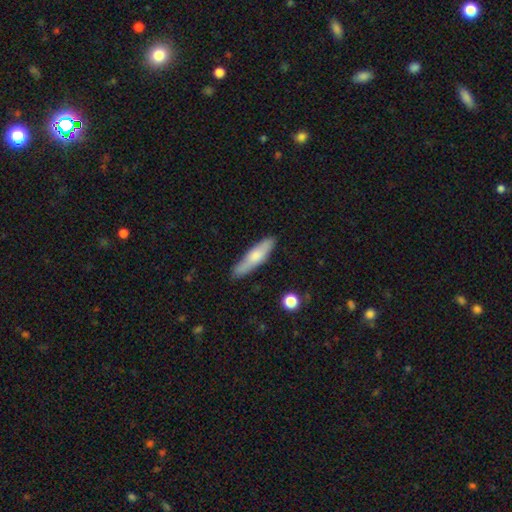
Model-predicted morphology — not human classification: Overall: smooth (67%; featured or disk 28%). How rounded: cigar-shaped (77%). Merging: none (82%).